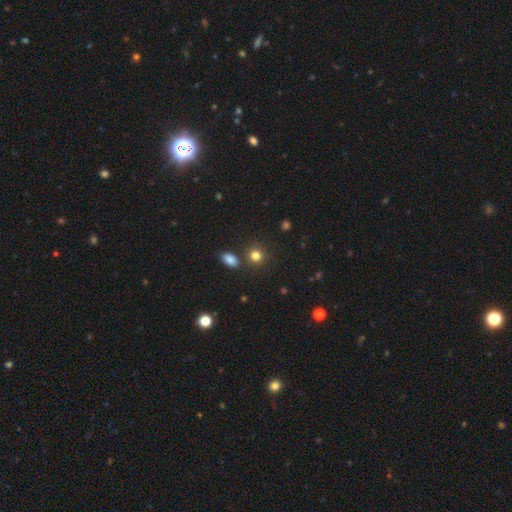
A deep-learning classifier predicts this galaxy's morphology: Q: Smooth or featured?
A: smooth (81%); runner-up: star or artifact (13%)
Q: How rounded?
A: round (82%); runner-up: in between (17%)
Q: Merging?
A: none (79%); runner-up: minor disturbance (9%)